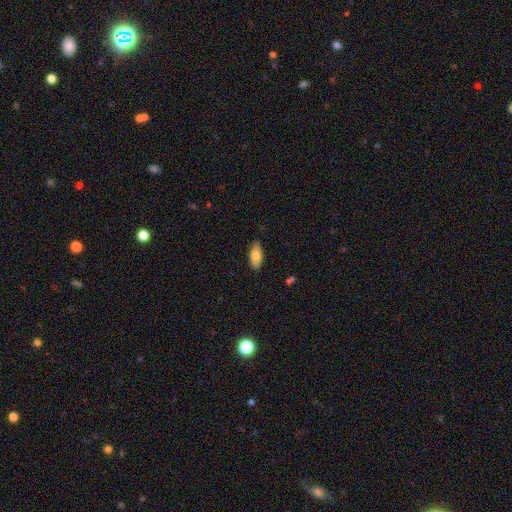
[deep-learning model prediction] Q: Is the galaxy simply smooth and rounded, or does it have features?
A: smooth — 78%.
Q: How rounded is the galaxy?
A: in between — 86%.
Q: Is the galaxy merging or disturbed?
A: none — 86%.